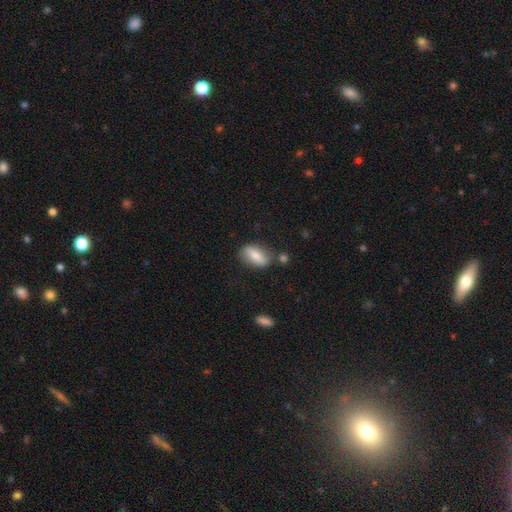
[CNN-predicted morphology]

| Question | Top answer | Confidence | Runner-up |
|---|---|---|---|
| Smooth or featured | smooth | 75% | featured or disk (18%) |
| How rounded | in between | 82% | cigar-shaped (14%) |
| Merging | none | 74% | minor disturbance (16%) |